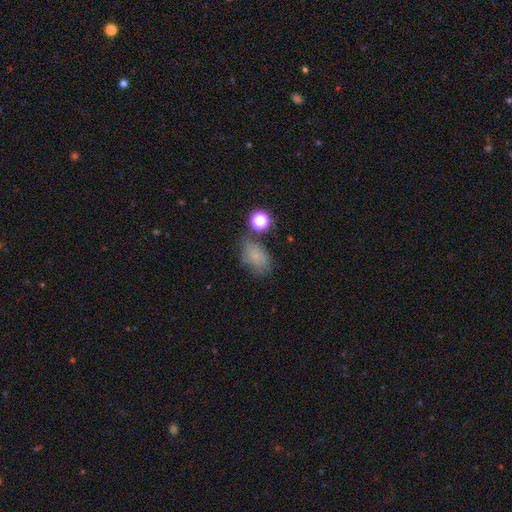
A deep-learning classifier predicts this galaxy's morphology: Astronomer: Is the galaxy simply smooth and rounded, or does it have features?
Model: smooth — 68%.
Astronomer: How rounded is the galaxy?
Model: in between — 80%.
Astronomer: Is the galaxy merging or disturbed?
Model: none — 58%.